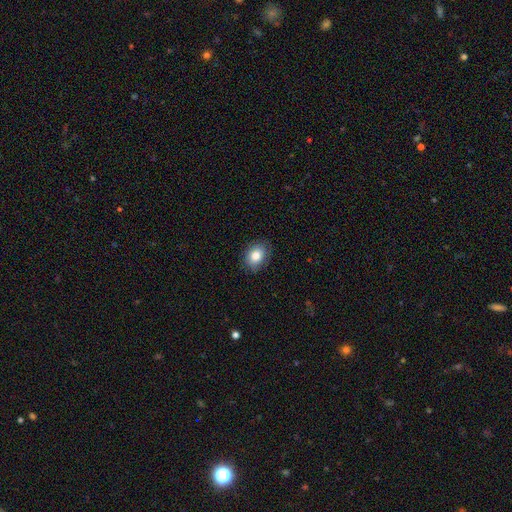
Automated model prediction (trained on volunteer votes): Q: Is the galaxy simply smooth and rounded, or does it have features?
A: smooth — 83%.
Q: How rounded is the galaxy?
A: in between — 60%.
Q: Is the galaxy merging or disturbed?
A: none — 85%.